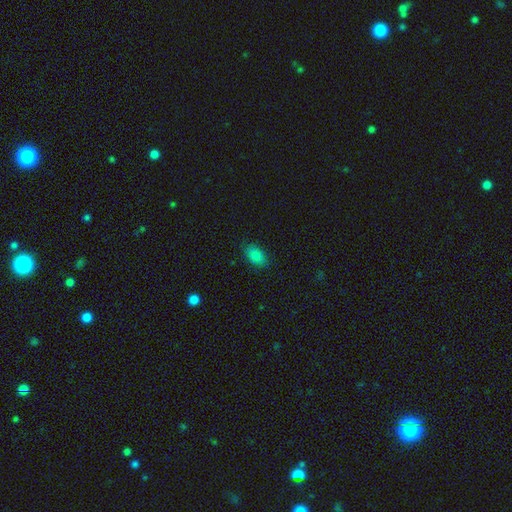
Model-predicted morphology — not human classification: smooth 85%, star or artifact 9%, featured or disk 5%. Down the decision tree: how rounded — in between (91%); merging — none (85%).